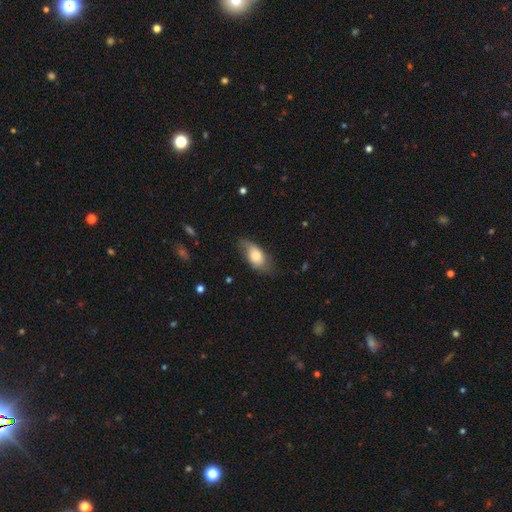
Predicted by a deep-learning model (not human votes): Smooth or featured: smooth — 68% (featured or disk — 25%)
How rounded: in between — 89% (round — 5%)
Merging: none — 60% (minor disturbance — 29%)